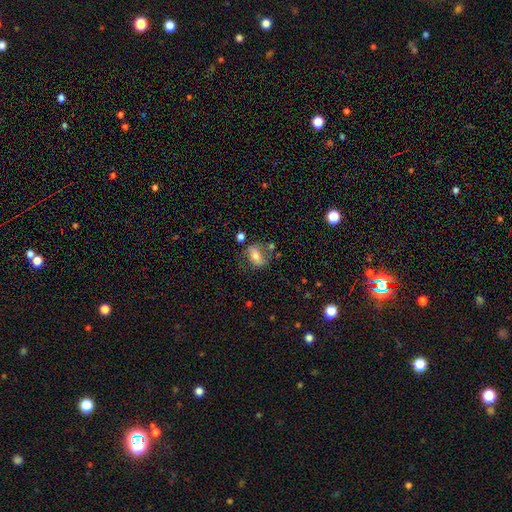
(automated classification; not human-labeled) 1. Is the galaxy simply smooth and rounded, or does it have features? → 54% smooth, 36% featured or disk, 10% star or artifact.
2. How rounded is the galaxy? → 70% in between, 24% round, 5% cigar-shaped.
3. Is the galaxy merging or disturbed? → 58% none, 22% minor disturbance, 12% major disturbance, 8% merger.